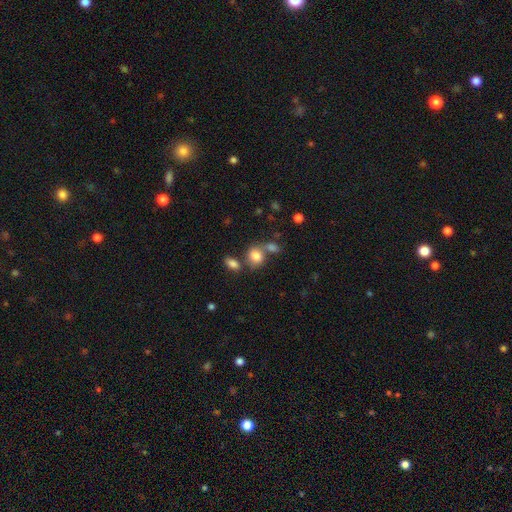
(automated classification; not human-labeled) smooth 79%, star or artifact 11%, featured or disk 10%. Down the decision tree: how rounded — in between (55%); merging — none (48%).